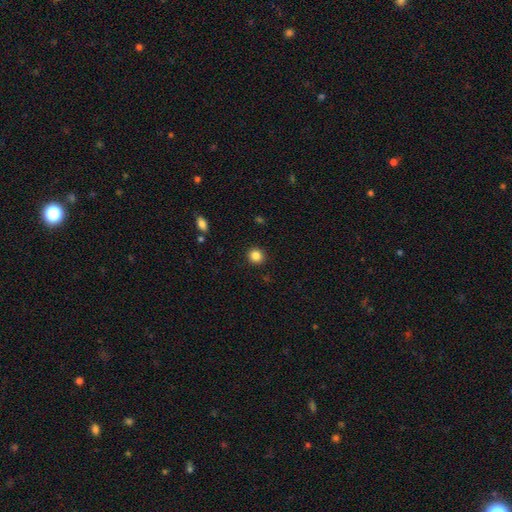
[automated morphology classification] A smooth galaxy with no disk features (85%) that is round (90%).

Vote fractions:
- Smooth or featured? smooth: 85% / star or artifact: 11% / featured or disk: 4%
- How rounded? round: 90% / in between: 9% / cigar-shaped: 1%
- Merging? none: 92% / minor disturbance: 5% / major disturbance: 2% / merger: 1%